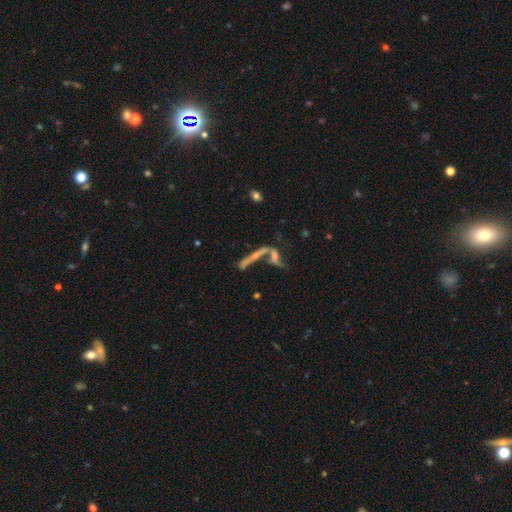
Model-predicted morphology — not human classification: Smooth or featured? featured or disk (56%)
Edge-on disk? yes (58%)
Merging? merger (48%)